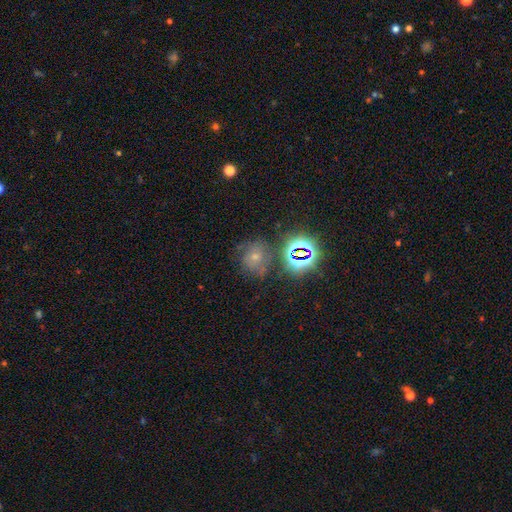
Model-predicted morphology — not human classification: This appears to be a star or artifact, not a galaxy (38%).